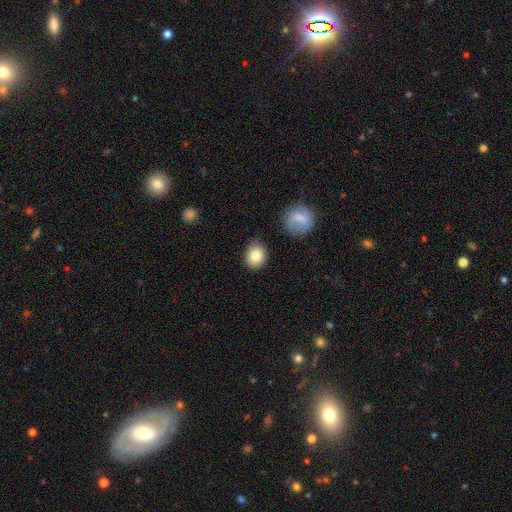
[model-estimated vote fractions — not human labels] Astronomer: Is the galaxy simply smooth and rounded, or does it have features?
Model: smooth — 82%.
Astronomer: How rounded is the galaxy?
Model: round — 69%.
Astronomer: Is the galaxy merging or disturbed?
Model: none — 83%.